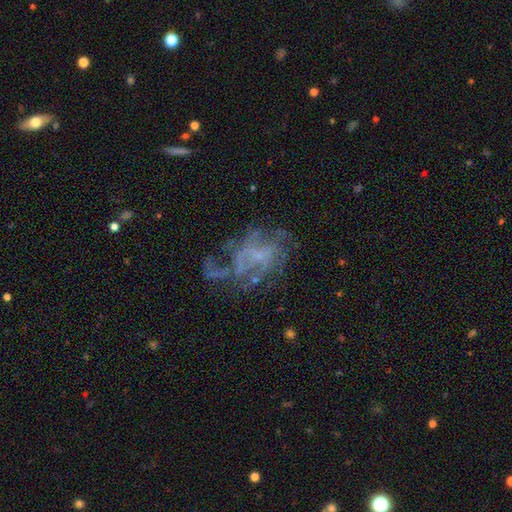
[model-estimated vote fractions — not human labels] Q: Smooth or featured?
A: featured or disk (71%); runner-up: star or artifact (15%)
Q: Edge-on disk?
A: no (98%); runner-up: yes (2%)
Q: Bar?
A: no (71%); runner-up: weak (24%)
Q: Spiral arms?
A: yes (65%); runner-up: no (35%)
Q: Bulge size?
A: none (50%); runner-up: small (36%)
Q: Merging?
A: none (41%); runner-up: major disturbance (37%)